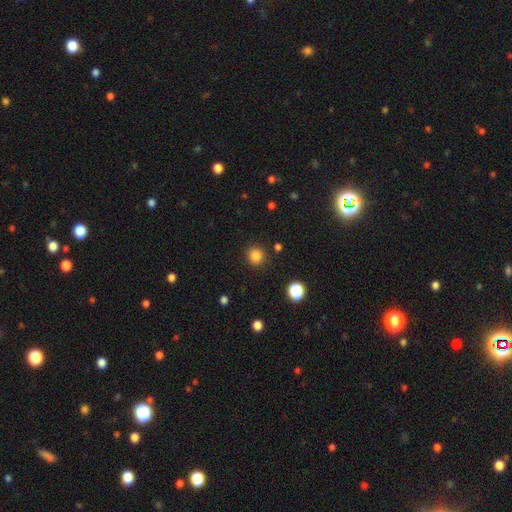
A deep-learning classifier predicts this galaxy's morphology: smooth_or_featured: smooth (p=0.84) [alt: star or artifact p=0.13]
how_rounded: round (p=0.94) [alt: in between p=0.05]
merging: none (p=0.90) [alt: minor disturbance p=0.06]